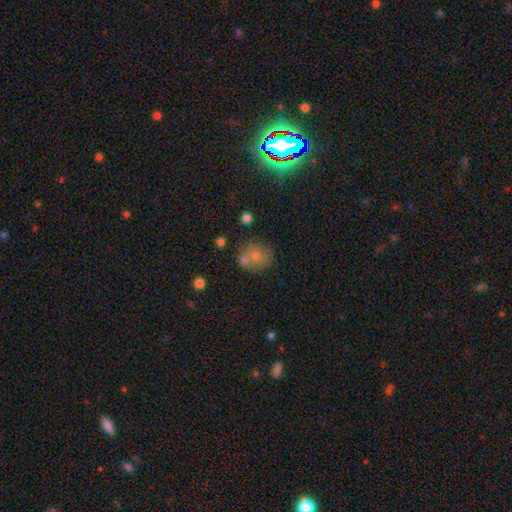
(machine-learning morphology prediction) This is possibly a smooth galaxy (58%). How rounded: clearly round (81%). Merging: possibly none (58%).